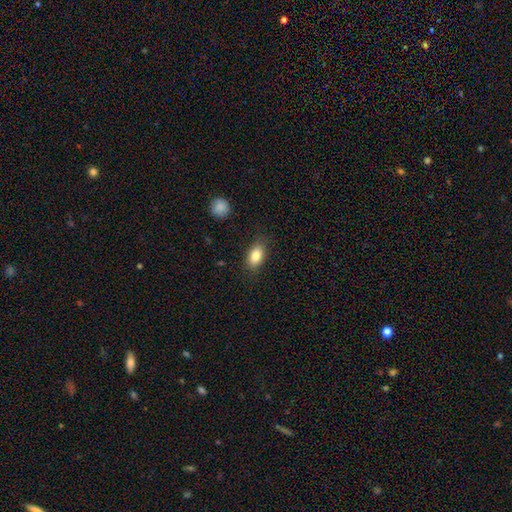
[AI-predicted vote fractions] Morphology: type=smooth (83%); roundness=in between (89%); merging=none (83%).